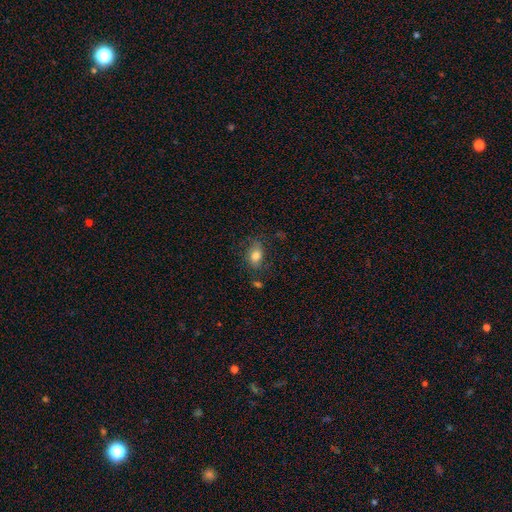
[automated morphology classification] This is likely a smooth galaxy (76%). How rounded: likely in between (80%). Merging: likely none (65%).